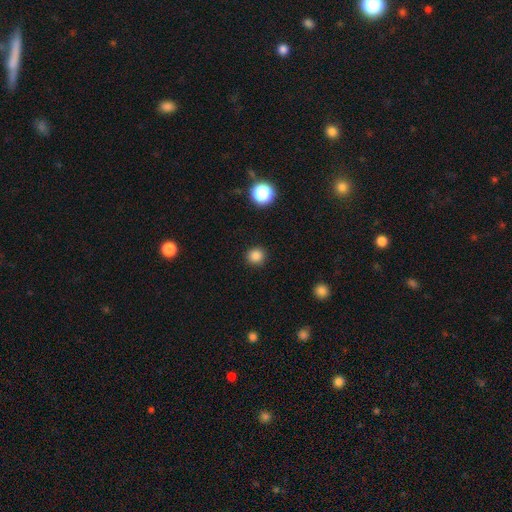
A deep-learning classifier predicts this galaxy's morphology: This is clearly a smooth galaxy (84%). How rounded: clearly round (92%). Merging: clearly none (91%).